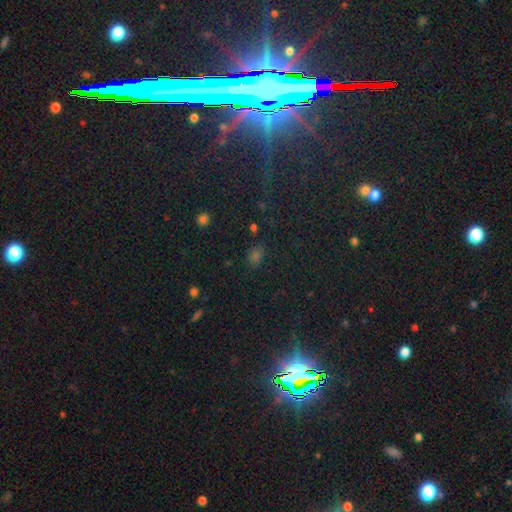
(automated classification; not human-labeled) Smooth or featured? Predicted: smooth (p=0.49). Merging? Predicted: none (p=0.82).